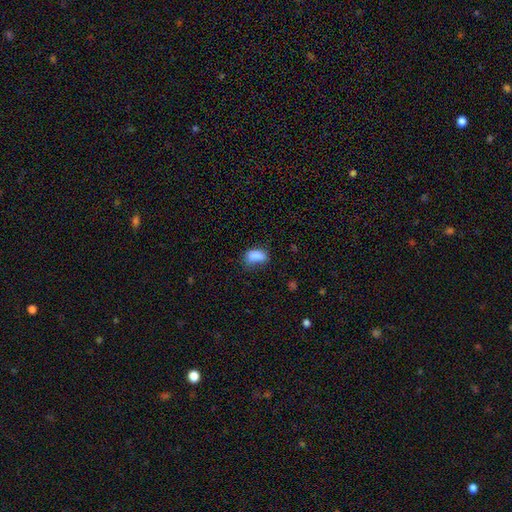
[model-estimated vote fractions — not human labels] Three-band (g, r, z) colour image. It shows a smooth galaxy with no disk features (85%) that is in between round and cigar-shaped (89%). Merging: none (52%).